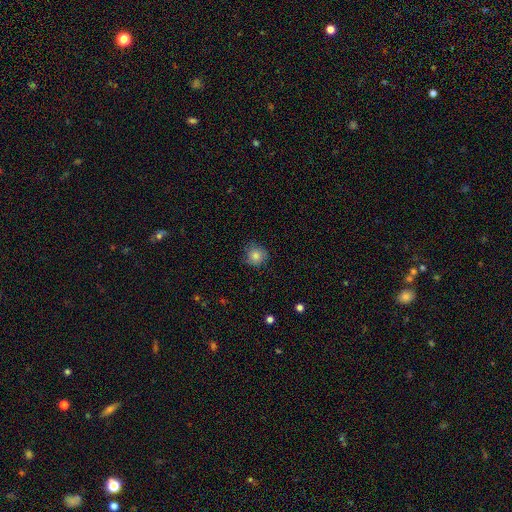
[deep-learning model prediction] A smooth galaxy with no disk features (81%) that is round (90%). Merging: none (78%).